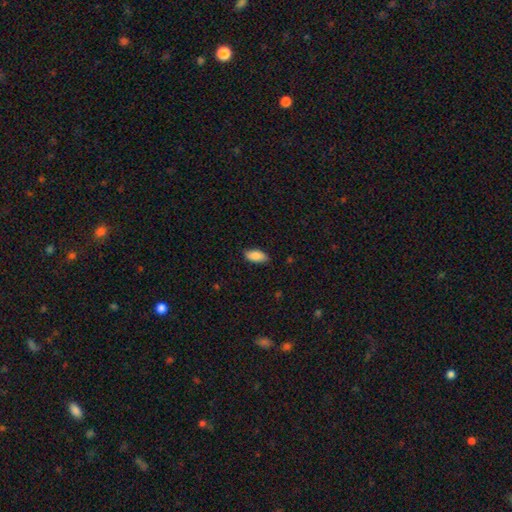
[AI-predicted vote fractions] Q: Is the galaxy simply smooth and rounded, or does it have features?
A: smooth — 88%.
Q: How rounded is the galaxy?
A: in between — 90%.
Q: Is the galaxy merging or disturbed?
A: none — 84%.